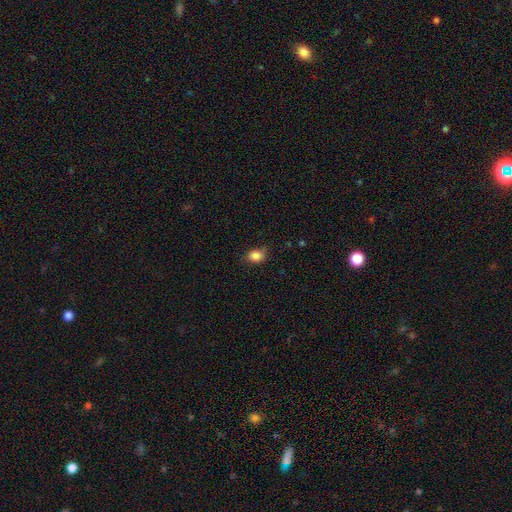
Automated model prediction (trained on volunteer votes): This is clearly a smooth galaxy (85%). How rounded: possibly in between (56%). Merging: likely none (72%).